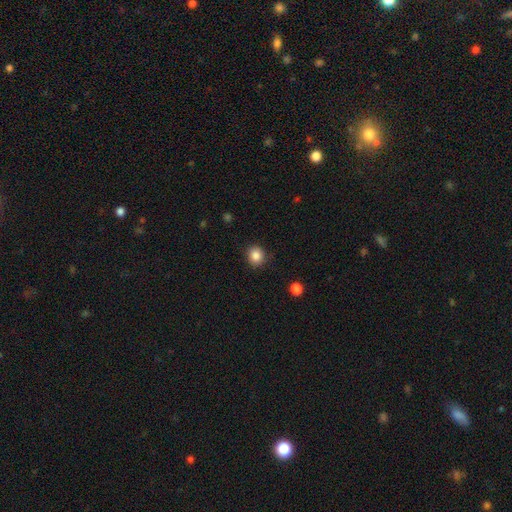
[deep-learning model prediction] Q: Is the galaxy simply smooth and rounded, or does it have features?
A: smooth — 86%.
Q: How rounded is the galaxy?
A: round — 84%.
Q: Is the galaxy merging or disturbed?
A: none — 88%.